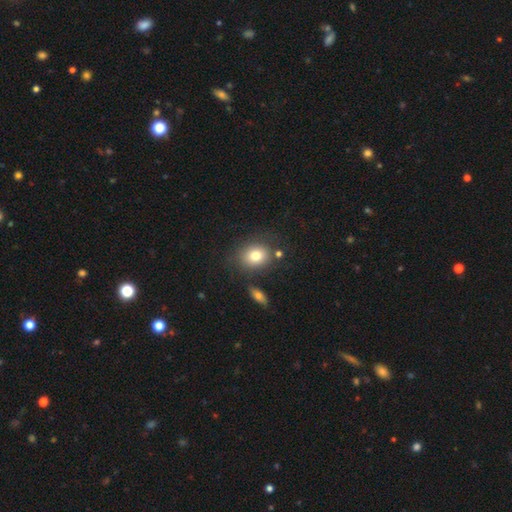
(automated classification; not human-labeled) This is likely a smooth galaxy (79%). How rounded: possibly round (56%). Merging: likely none (74%).